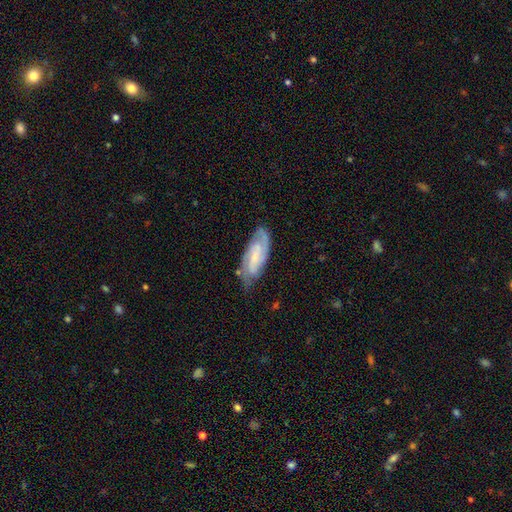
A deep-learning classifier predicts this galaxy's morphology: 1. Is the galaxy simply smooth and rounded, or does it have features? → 74% featured or disk, 20% smooth, 6% star or artifact.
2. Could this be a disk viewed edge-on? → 92% no, 8% yes.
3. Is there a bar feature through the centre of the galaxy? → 45% weak, 35% no, 21% strong.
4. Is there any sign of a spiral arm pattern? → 94% yes, 6% no.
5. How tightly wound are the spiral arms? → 44% medium, 43% tight, 13% loose.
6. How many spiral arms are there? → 71% 2, 14% can't tell, 7% 3, 4% 1, 2% 4, 2% more than 4.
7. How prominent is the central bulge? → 49% small, 28% none, 19% moderate, 3% large, 1% dominant.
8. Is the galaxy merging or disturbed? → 71% none, 21% minor disturbance, 6% major disturbance, 2% merger.